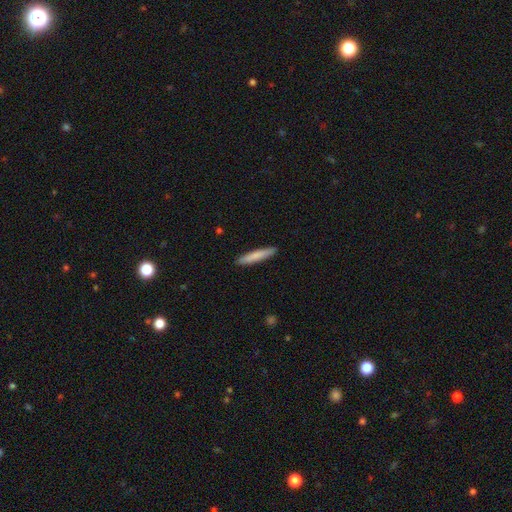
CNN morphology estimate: A smooth galaxy with no disk features (80%) that is cigar-shaped (93%).

Vote fractions:
- Smooth or featured? smooth: 80% / featured or disk: 15% / star or artifact: 5%
- How rounded? cigar-shaped: 93% / in between: 6% / round: 1%
- Merging? none: 91% / minor disturbance: 7% / major disturbance: 1% / merger: 1%